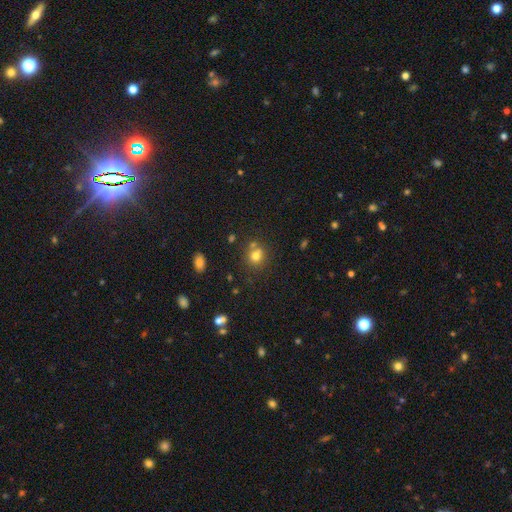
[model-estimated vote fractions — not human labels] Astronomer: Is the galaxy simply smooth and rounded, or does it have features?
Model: smooth — 73%.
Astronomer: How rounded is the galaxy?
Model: round — 80%.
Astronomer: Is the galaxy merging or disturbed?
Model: none — 60%.